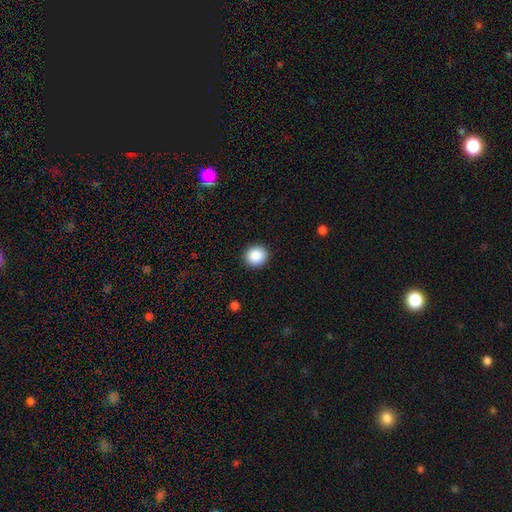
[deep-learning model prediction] This is clearly a smooth galaxy (89%). How rounded: clearly round (89%). Merging: clearly none (91%).